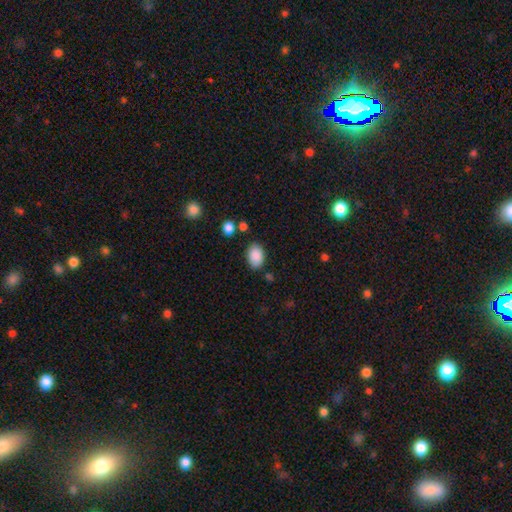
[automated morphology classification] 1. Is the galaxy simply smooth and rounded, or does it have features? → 89% smooth, 7% star or artifact, 4% featured or disk.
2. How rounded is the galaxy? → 85% in between, 14% round, 1% cigar-shaped.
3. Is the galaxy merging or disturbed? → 80% none, 13% minor disturbance, 3% major disturbance, 3% merger.